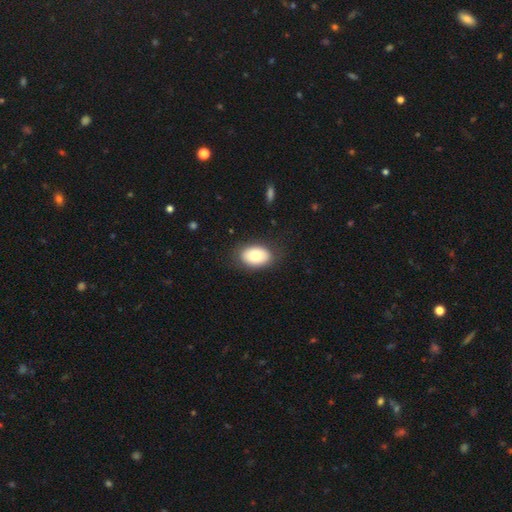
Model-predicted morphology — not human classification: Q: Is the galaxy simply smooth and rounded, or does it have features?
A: smooth — 76%.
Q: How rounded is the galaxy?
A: in between — 86%.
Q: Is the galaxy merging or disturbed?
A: none — 84%.